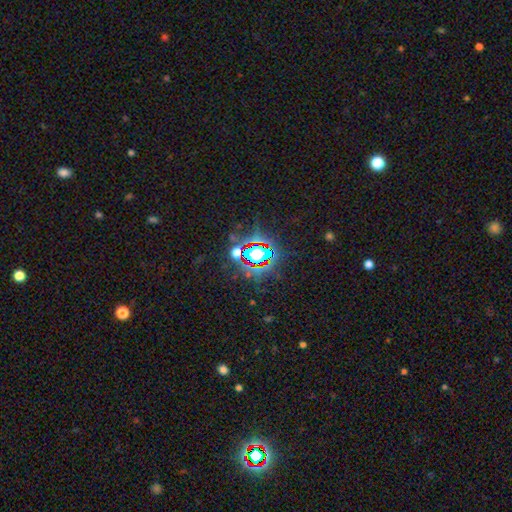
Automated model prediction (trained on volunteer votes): star or artifact 80%, smooth 11%, featured or disk 8%.